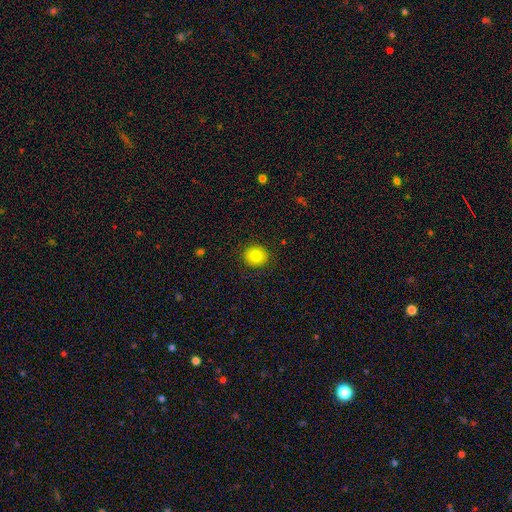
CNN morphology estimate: This appears to be a smooth galaxy with no disk features (82%) that is round (86%). Merging: none (90%).